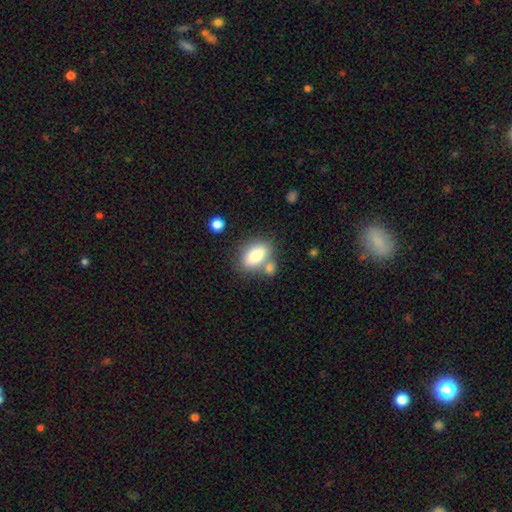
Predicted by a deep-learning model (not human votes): This appears to be a smooth galaxy with no disk features (82%) that is in between round and cigar-shaped (88%). Merging: none (55%).